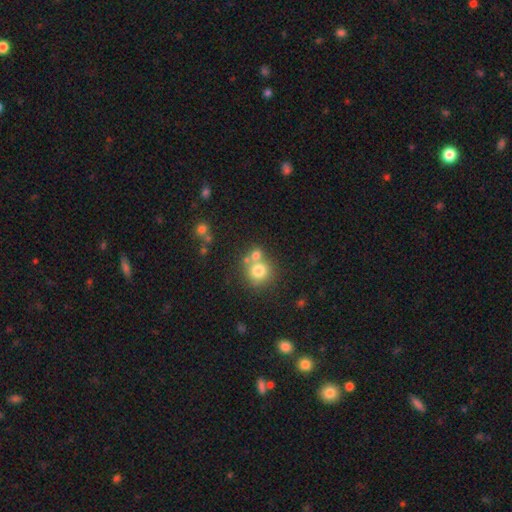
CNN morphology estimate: Overall: smooth (73%). How rounded: round (87%). Merging: none (50%; merger 38%).